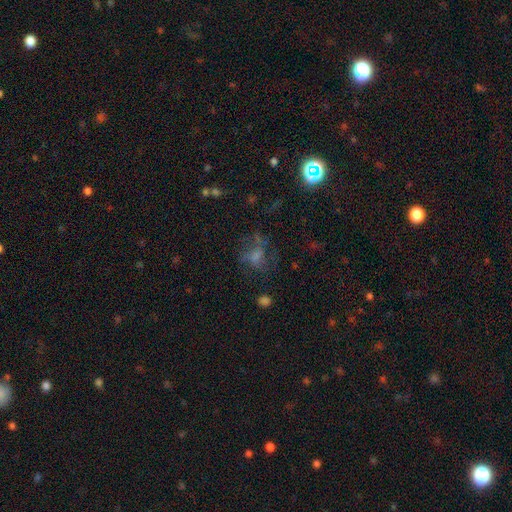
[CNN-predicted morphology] smooth-or-featured: smooth: 34% | featured or disk: 33% | star or artifact: 33%
  merging: none: 55% | major disturbance: 23% | minor disturbance: 18% | merger: 4%